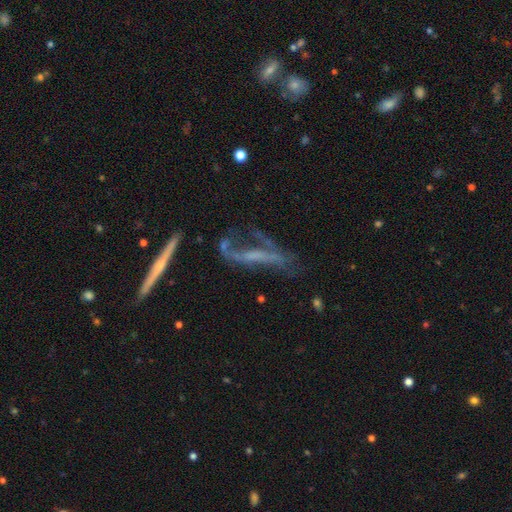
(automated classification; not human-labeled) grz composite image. It shows a featured or disk galaxy (63%). Merging: none (36%).